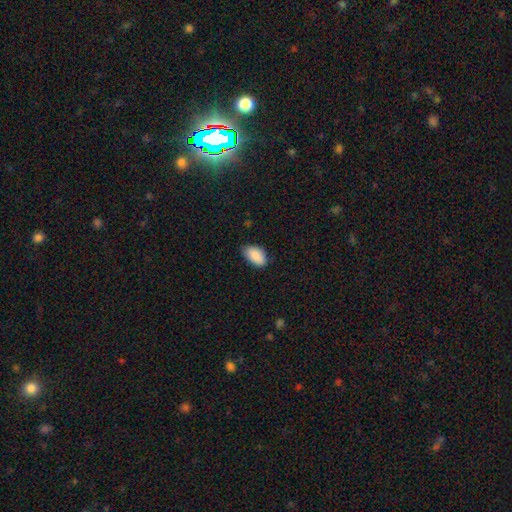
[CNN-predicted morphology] Smooth or featured? smooth (89%)
How rounded? in between (94%)
Merging? none (76%)